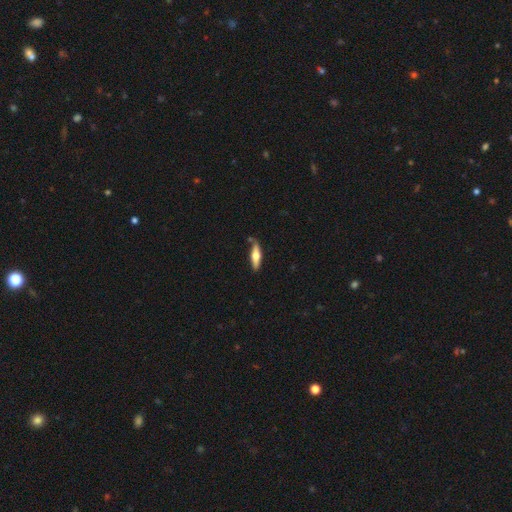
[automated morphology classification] This is possibly a smooth galaxy (52%). How rounded: likely cigar-shaped (63%). Merging: likely none (75%).